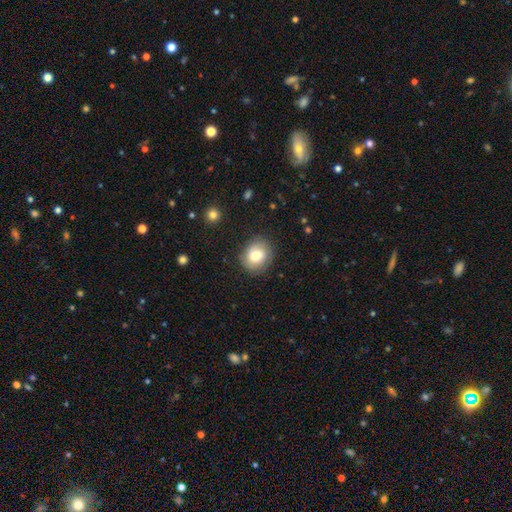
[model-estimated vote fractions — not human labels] smooth-or-featured: smooth: 67% | featured or disk: 25% | star or artifact: 8%
  how-rounded: round: 66% | in between: 33% | cigar-shaped: 1%
  merging: none: 80% | minor disturbance: 14% | major disturbance: 4% | merger: 1%